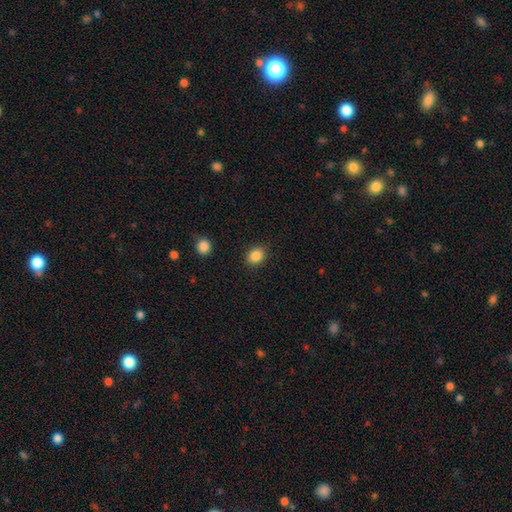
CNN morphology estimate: Overall: smooth (86%). How rounded: round (58%; in between 41%). Merging: none (88%).